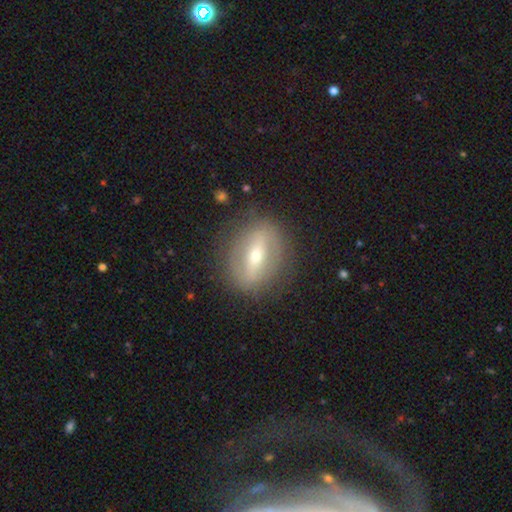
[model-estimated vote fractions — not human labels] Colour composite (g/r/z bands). It shows a featured or disk galaxy (66%). Merging: none (84%).